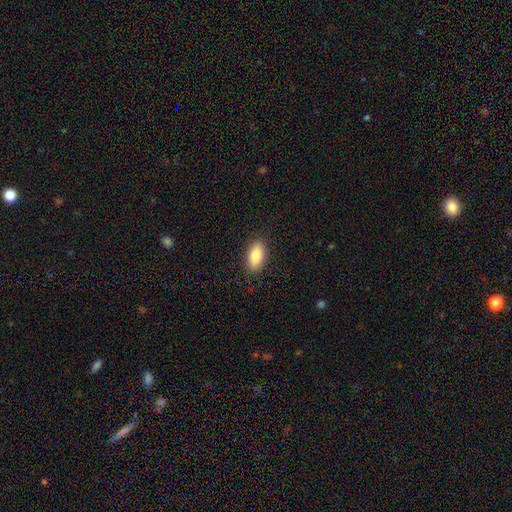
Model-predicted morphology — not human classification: Overall: smooth (85%). How rounded: in between (90%). Merging: none (89%).